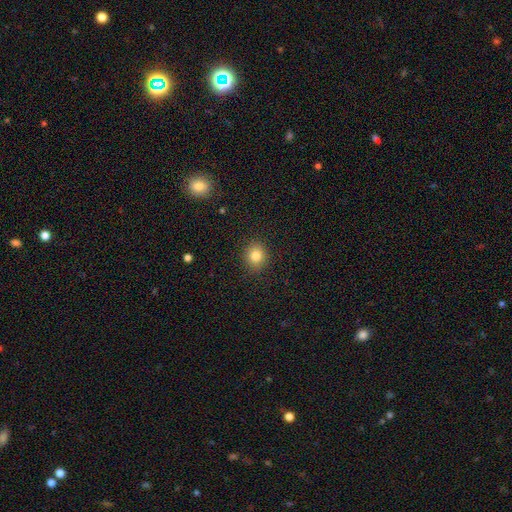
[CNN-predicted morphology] smooth 81%, star or artifact 12%, featured or disk 7%. Down the decision tree: how rounded — round (76%); merging — none (90%).